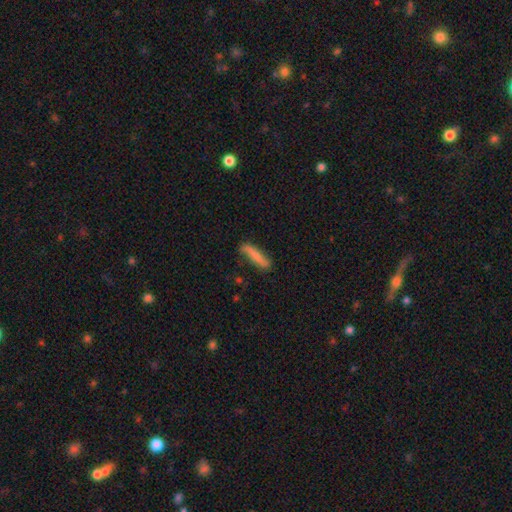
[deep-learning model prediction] A smooth galaxy with no disk features (68%) that is cigar-shaped (87%). Merging: none (72%).